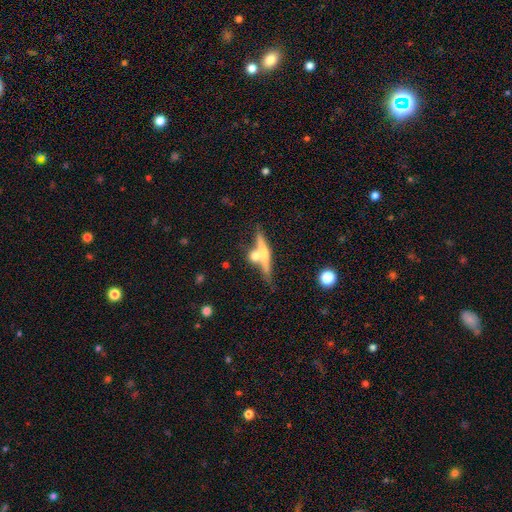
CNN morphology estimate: The model was most divided on "smooth or featured": featured or disk: 54%, smooth: 38%, star or artifact: 8%. More confident: edge-on disk — yes (91%); merging — none (54%).